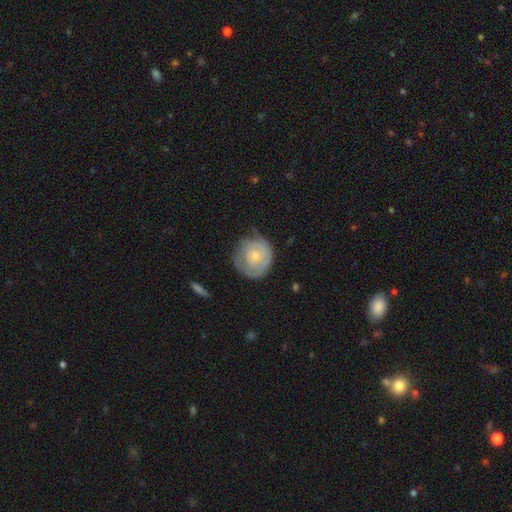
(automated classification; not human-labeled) This is possibly a featured or disk galaxy (55%). It is clearly not viewed edge-on (97%). Bar: clearly no (81%). Spiral arm pattern: likely yes (75%). Central bulge: likely small (64%). Merging: likely none (60%).